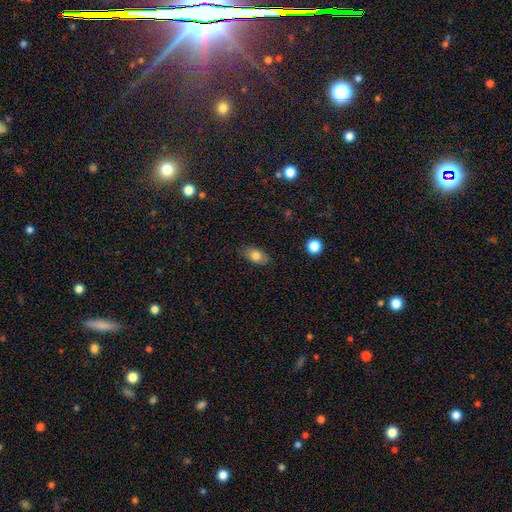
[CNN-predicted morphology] Overall: smooth (77%). How rounded: in between (86%). Merging: none (81%).